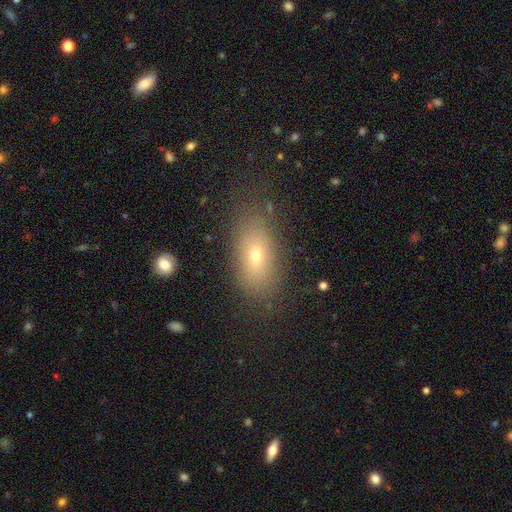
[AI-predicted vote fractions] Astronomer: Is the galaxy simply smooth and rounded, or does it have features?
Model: smooth — 65%.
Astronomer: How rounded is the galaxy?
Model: in between — 81%.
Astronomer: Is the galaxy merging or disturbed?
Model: none — 78%.